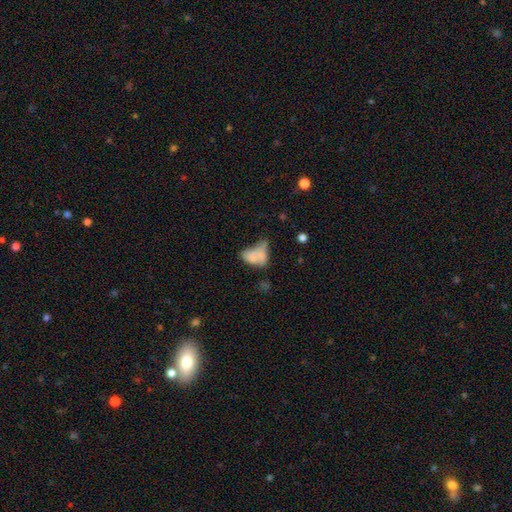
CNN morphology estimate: smooth_or_featured: smooth (p=0.64) [alt: featured or disk p=0.25]
how_rounded: in between (p=0.86) [alt: round p=0.11]
merging: merger (p=0.38) [alt: major disturbance p=0.23]